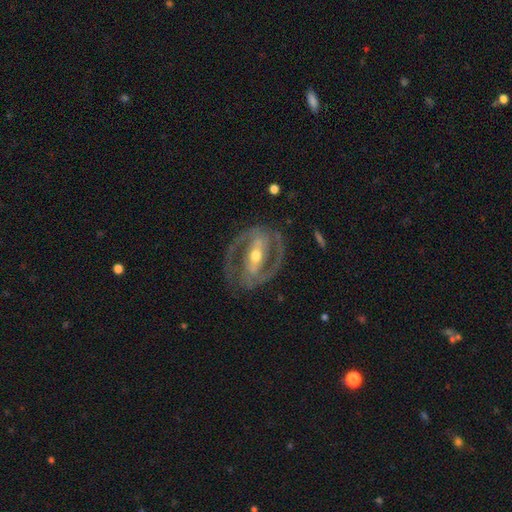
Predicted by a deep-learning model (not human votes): Q: Smooth or featured?
A: featured or disk (90%); runner-up: smooth (6%)
Q: Edge-on disk?
A: no (95%); runner-up: yes (5%)
Q: Bar?
A: strong (68%); runner-up: weak (22%)
Q: Spiral arms?
A: yes (91%); runner-up: no (9%)
Q: Spiral winding?
A: medium (48%); runner-up: tight (41%)
Q: Spiral arm count?
A: 2 (90%); runner-up: can't tell (4%)
Q: Bulge size?
A: moderate (65%); runner-up: small (29%)
Q: Merging?
A: none (79%); runner-up: minor disturbance (12%)